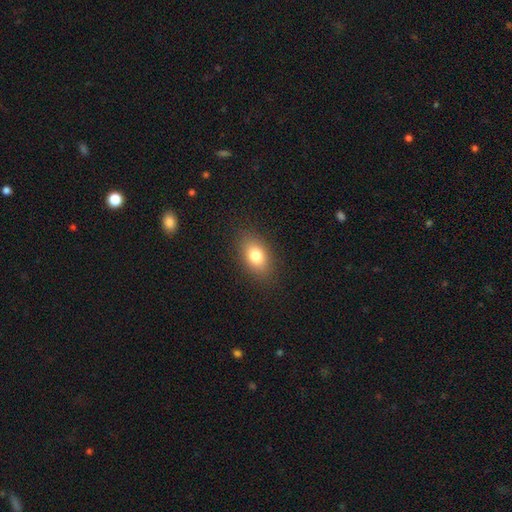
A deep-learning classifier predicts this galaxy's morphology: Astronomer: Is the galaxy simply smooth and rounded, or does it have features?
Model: smooth — 80%.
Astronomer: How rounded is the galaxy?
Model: in between — 86%.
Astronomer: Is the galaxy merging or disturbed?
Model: none — 86%.